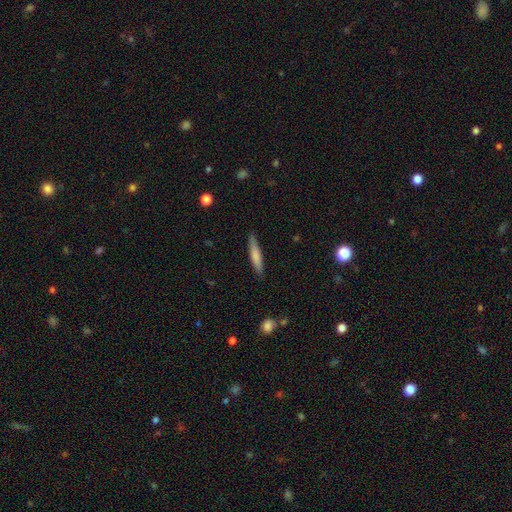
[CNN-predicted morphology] Smooth or featured?
  - smooth: 72% *
  - featured or disk: 22%
  - star or artifact: 6%
How rounded?
  - cigar-shaped: 91% *
  - in between: 8%
  - round: 1%
Merging?
  - none: 87% *
  - minor disturbance: 10%
  - major disturbance: 2%
  - merger: 1%